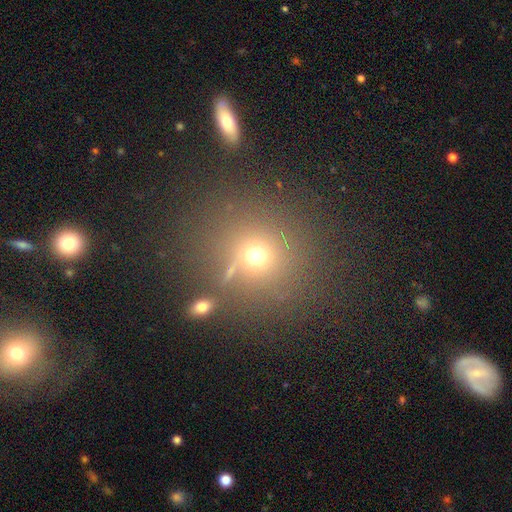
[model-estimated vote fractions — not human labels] A smooth galaxy with no disk features (64%) that is round (85%).

Vote fractions:
- Smooth or featured? smooth: 64% / star or artifact: 24% / featured or disk: 12%
- How rounded? round: 85% / in between: 14% / cigar-shaped: 1%
- Merging? none: 73% / minor disturbance: 11% / merger: 10% / major disturbance: 6%